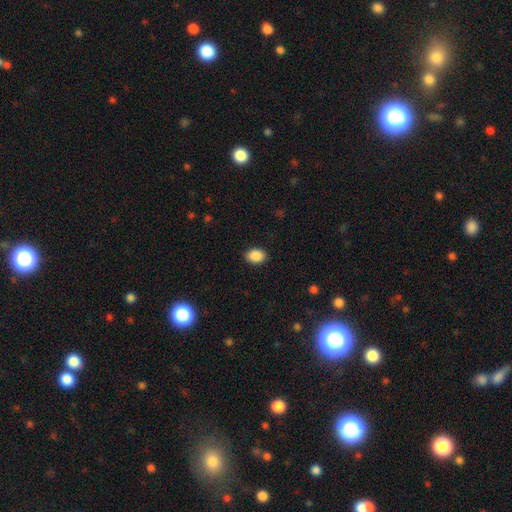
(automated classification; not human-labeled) smooth_or_featured: smooth (p=0.89) [alt: star or artifact p=0.08]
how_rounded: in between (p=0.71) [alt: round p=0.28]
merging: none (p=0.89) [alt: minor disturbance p=0.08]